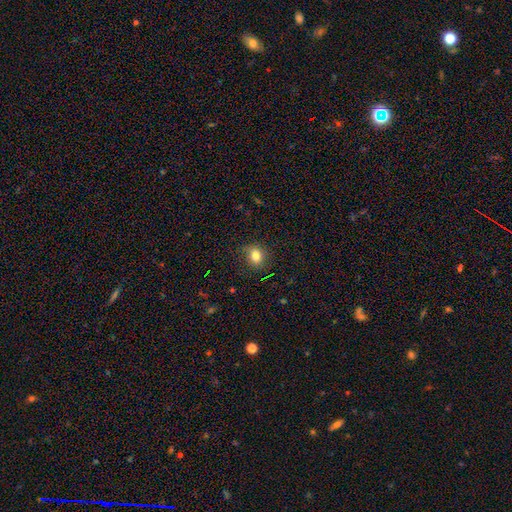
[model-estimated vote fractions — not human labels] Q: Smooth or featured?
A: smooth (80%); runner-up: star or artifact (12%)
Q: How rounded?
A: round (60%); runner-up: in between (39%)
Q: Merging?
A: none (81%); runner-up: minor disturbance (14%)